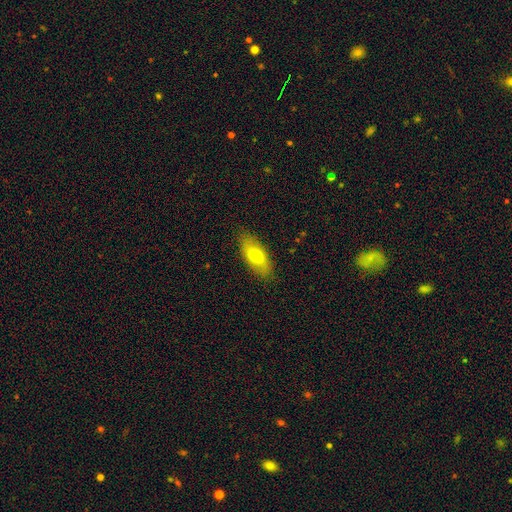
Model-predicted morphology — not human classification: smooth 70%, featured or disk 23%, star or artifact 7%. Down the decision tree: how rounded — in between (85%); merging — none (85%).